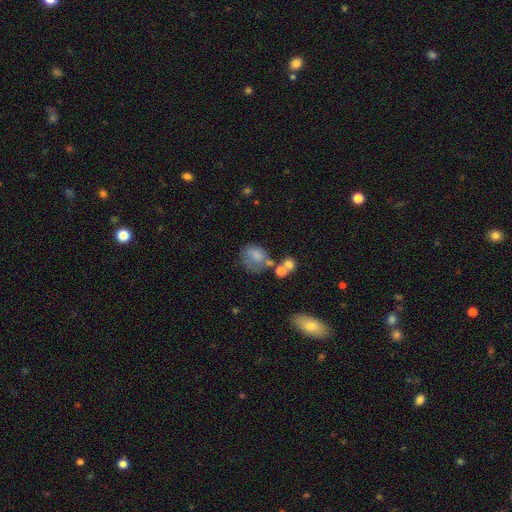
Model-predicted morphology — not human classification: smooth 69%, featured or disk 19%, star or artifact 12%. Down the decision tree: how rounded — round (59%); merging — none (39%).